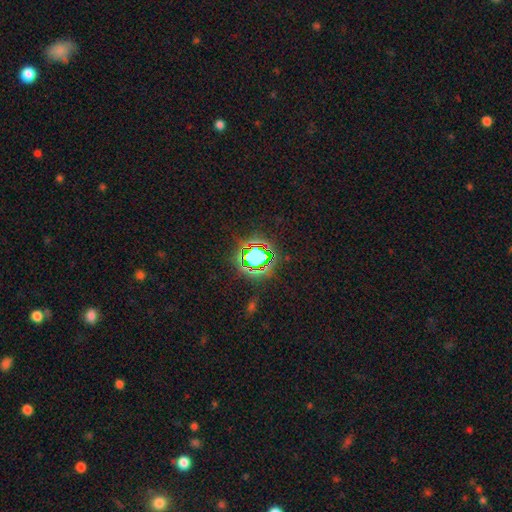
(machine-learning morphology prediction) This is likely a star or artifact rather than a galaxy (69%).